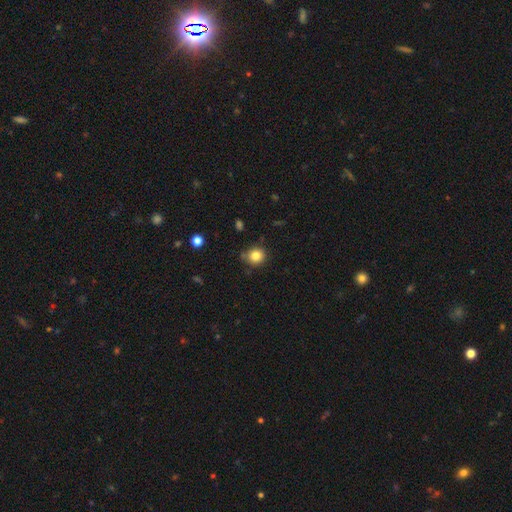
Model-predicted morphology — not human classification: A smooth galaxy with no disk features (83%) that is round (89%). Merging: none (82%).